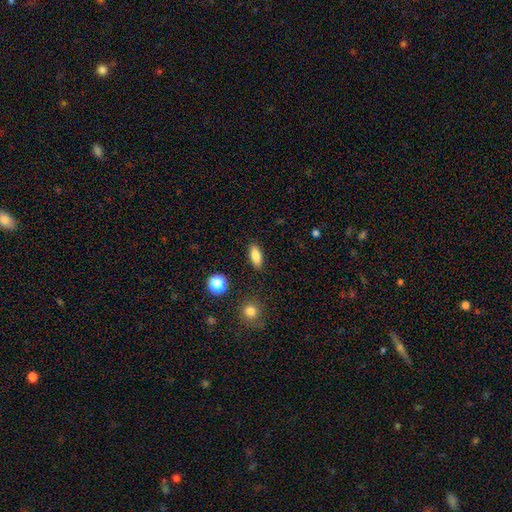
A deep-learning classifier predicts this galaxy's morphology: This is clearly a smooth galaxy (83%). How rounded: likely in between (79%). Merging: clearly none (88%).